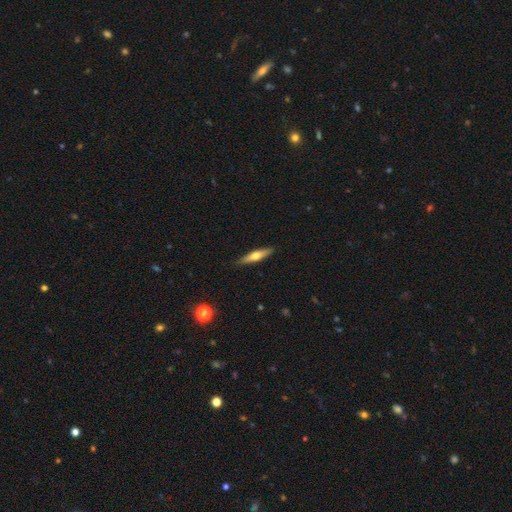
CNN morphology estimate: Smooth or featured? featured or disk (48%)
Merging? none (89%)